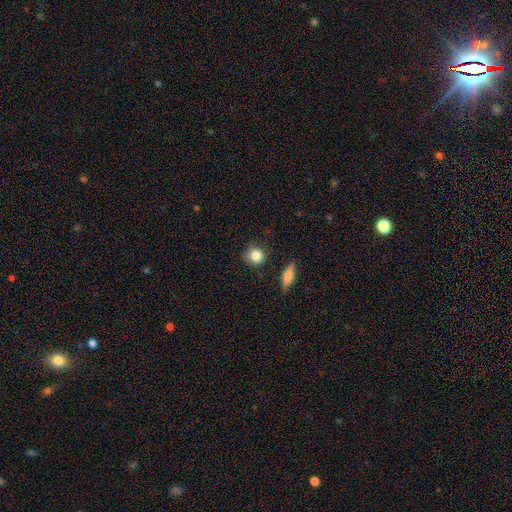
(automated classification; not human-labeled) Smooth or featured? Predicted: smooth (p=0.82). How rounded? Predicted: round (p=0.82). Merging? Predicted: none (p=0.77).